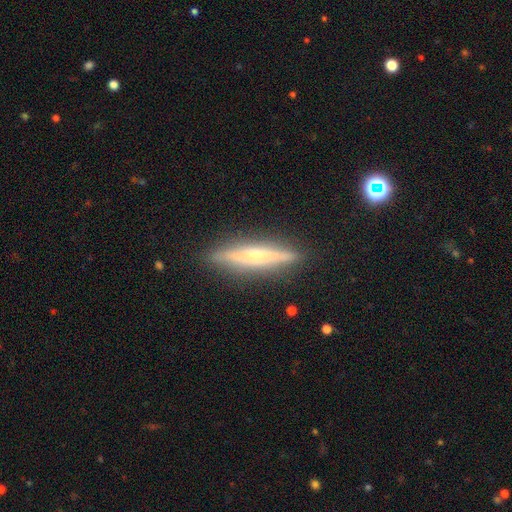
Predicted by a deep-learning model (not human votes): The model was most divided on "edge-on bulge": rounded: 62%, none: 30%, boxy: 8%. More confident: edge-on disk — yes (96%); merging — none (90%); smooth or featured — featured or disk (64%).